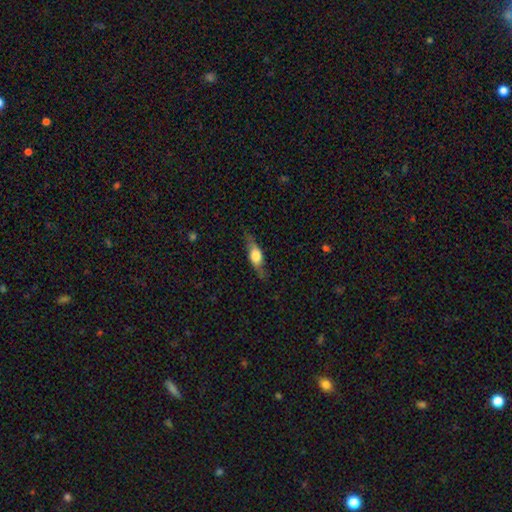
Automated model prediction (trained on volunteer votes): Smooth or featured: featured or disk — 47% (smooth — 46%)
Merging: none — 74% (minor disturbance — 18%)